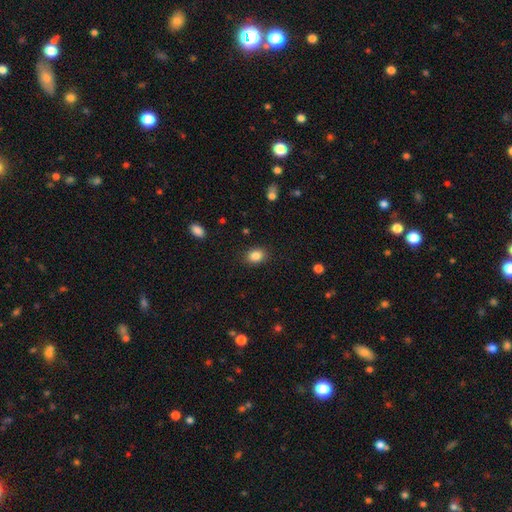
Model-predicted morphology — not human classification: type=smooth (86%); roundness=in between (57%); merging=none (88%).